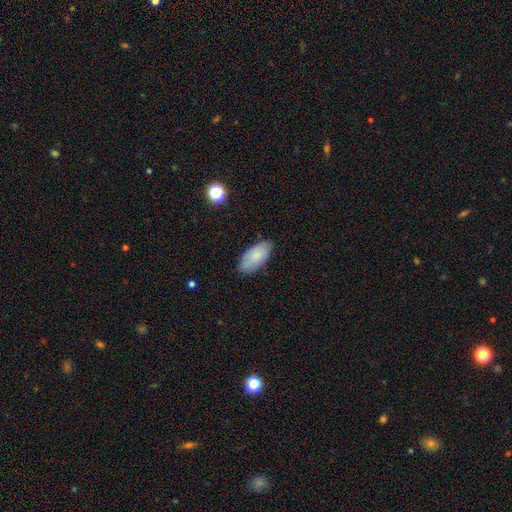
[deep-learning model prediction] Smooth or featured: smooth — 81% (featured or disk — 12%)
How rounded: in between — 92% (cigar-shaped — 6%)
Merging: none — 81% (minor disturbance — 15%)